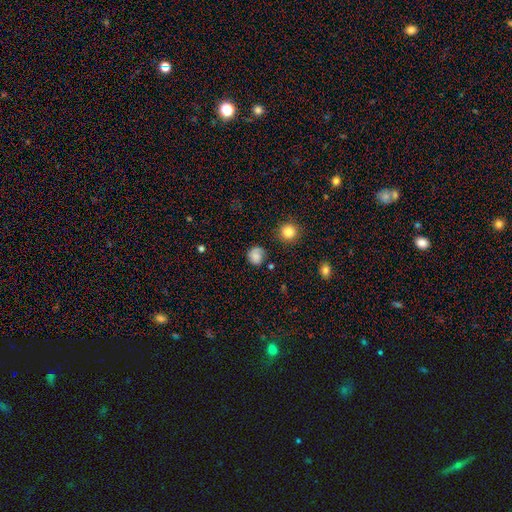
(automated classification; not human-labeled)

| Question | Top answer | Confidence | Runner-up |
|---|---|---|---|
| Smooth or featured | smooth | 71% | featured or disk (18%) |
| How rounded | round | 81% | in between (18%) |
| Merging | none | 69% | minor disturbance (20%) |